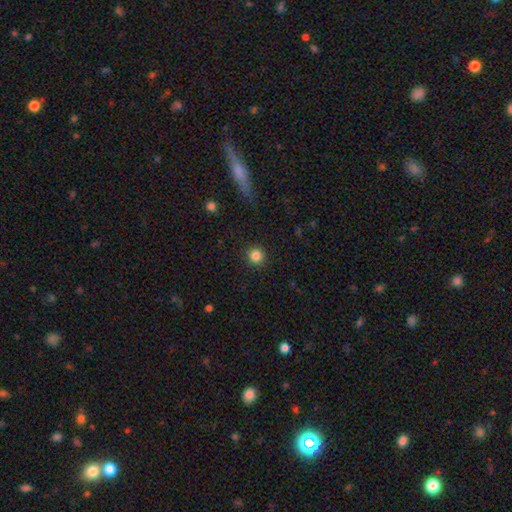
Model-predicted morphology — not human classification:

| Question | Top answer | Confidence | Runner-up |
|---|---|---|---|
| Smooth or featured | smooth | 84% | star or artifact (11%) |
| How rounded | round | 94% | in between (5%) |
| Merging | none | 91% | minor disturbance (6%) |